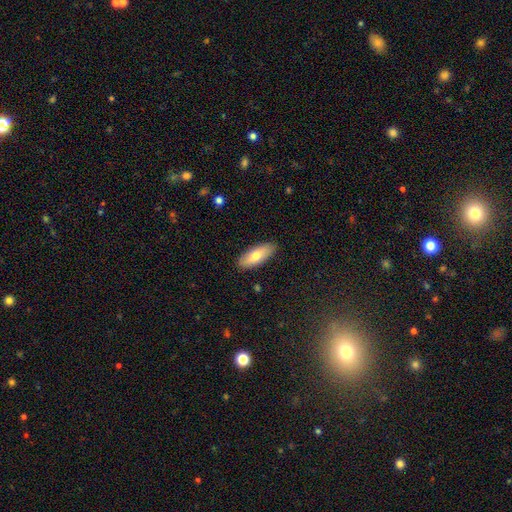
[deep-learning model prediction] Smooth or featured: smooth — 73% (featured or disk — 22%)
How rounded: in between — 77% (cigar-shaped — 20%)
Merging: none — 88% (minor disturbance — 9%)